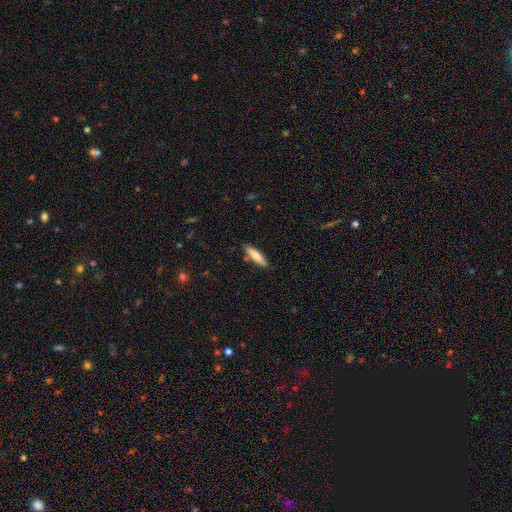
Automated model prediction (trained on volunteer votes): Q: Smooth or featured?
A: smooth (77%); runner-up: featured or disk (17%)
Q: How rounded?
A: cigar-shaped (70%); runner-up: in between (28%)
Q: Merging?
A: none (83%); runner-up: minor disturbance (11%)